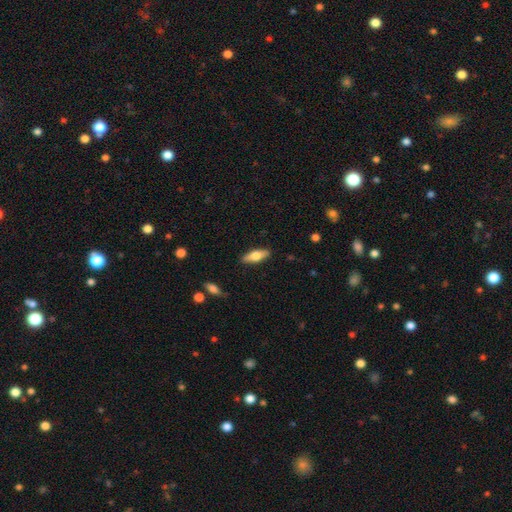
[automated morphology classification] smooth_or_featured: smooth (p=0.57) [alt: featured or disk p=0.36]
how_rounded: in between (p=0.60) [alt: cigar-shaped p=0.38]
merging: none (p=0.86) [alt: minor disturbance p=0.11]